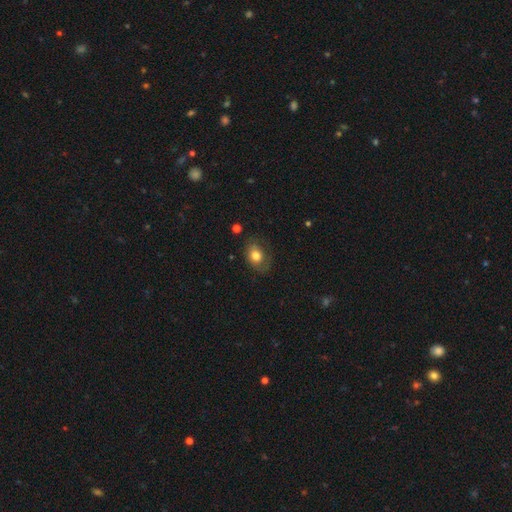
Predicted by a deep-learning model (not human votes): Q: Smooth or featured?
A: smooth (73%); runner-up: featured or disk (18%)
Q: How rounded?
A: in between (62%); runner-up: round (37%)
Q: Merging?
A: none (67%); runner-up: minor disturbance (21%)